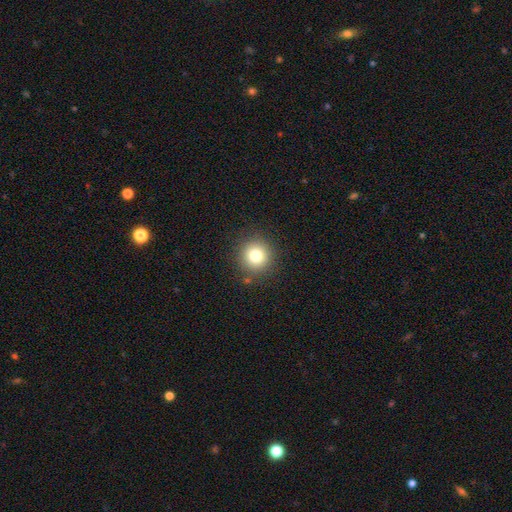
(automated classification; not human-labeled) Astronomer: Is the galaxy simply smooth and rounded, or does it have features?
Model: smooth — 78%.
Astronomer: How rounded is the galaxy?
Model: round — 94%.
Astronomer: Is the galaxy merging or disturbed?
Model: none — 88%.